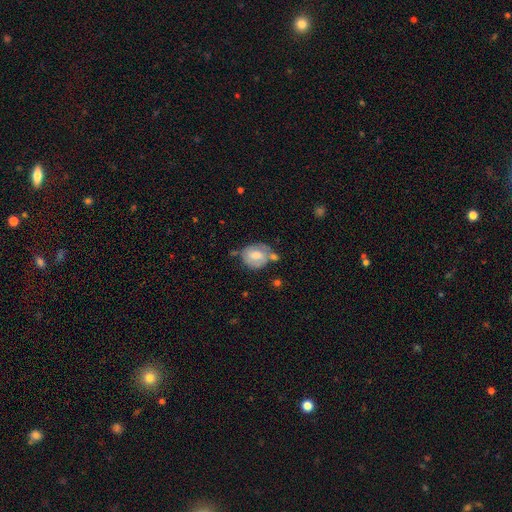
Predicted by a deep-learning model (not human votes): Smooth or featured?
  - smooth: 57% *
  - featured or disk: 36%
  - star or artifact: 7%
How rounded?
  - round: 56% *
  - in between: 42%
  - cigar-shaped: 1%
Merging?
  - none: 45% *
  - minor disturbance: 27%
  - merger: 17%
  - major disturbance: 11%